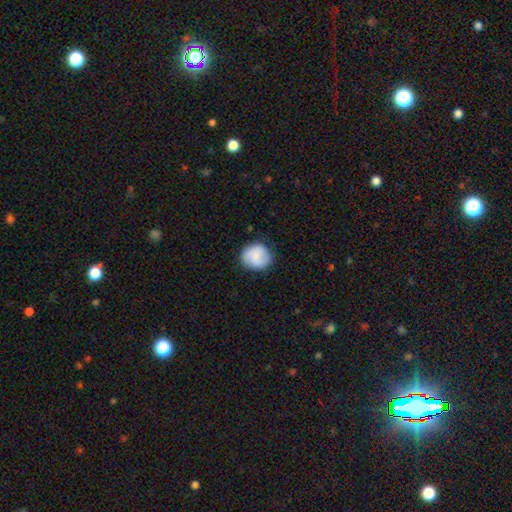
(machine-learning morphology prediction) smooth-or-featured: smooth: 70% | featured or disk: 23% | star or artifact: 7%
  how-rounded: round: 82% | in between: 17% | cigar-shaped: 1%
  merging: none: 79% | minor disturbance: 15% | major disturbance: 4% | merger: 1%